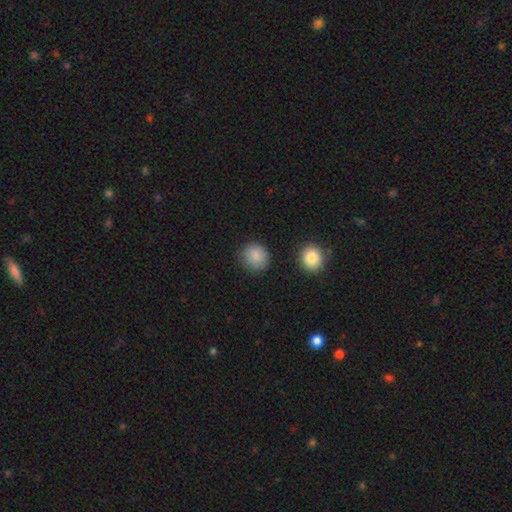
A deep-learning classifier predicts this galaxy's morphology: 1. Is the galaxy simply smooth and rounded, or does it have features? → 88% smooth, 8% star or artifact, 4% featured or disk.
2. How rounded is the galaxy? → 87% round, 12% in between, 1% cigar-shaped.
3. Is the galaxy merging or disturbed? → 86% none, 9% minor disturbance, 3% major disturbance, 2% merger.